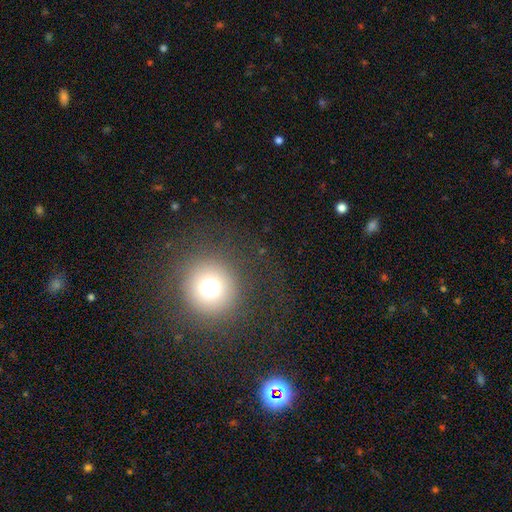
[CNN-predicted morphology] A smooth galaxy with no disk features (65%) that is round (94%).

Vote fractions:
- Smooth or featured? smooth: 65% / star or artifact: 23% / featured or disk: 13%
- How rounded? round: 94% / in between: 5% / cigar-shaped: 1%
- Merging? none: 85% / minor disturbance: 8% / major disturbance: 6% / merger: 2%